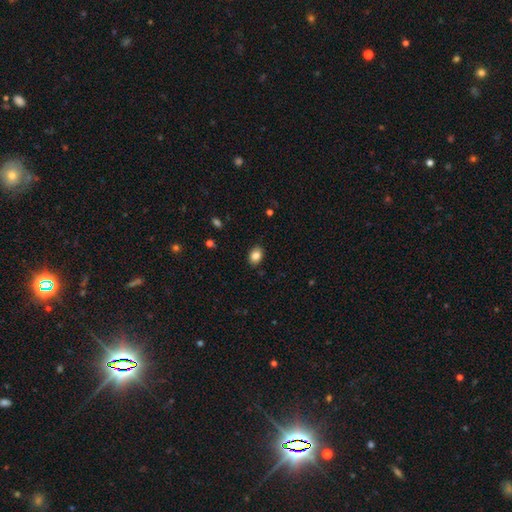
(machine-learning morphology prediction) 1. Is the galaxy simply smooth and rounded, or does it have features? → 85% smooth, 9% star or artifact, 6% featured or disk.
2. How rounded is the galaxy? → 73% in between, 26% round, 1% cigar-shaped.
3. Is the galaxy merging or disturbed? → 86% none, 10% minor disturbance, 2% major disturbance, 1% merger.